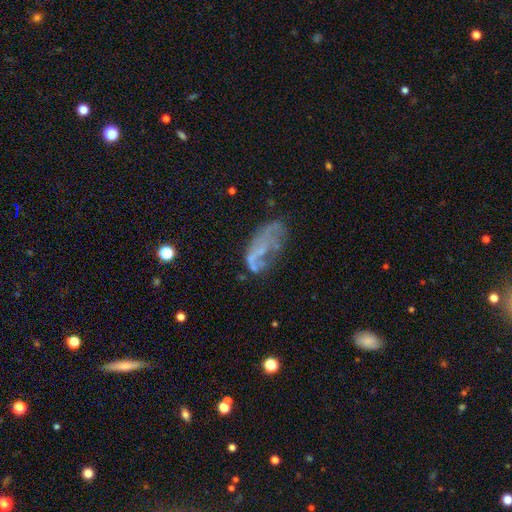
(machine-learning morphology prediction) featured or disk 53%, smooth 33%, star or artifact 14%. Down the decision tree: edge-on disk — no (95%); bar — no (84%); spiral arms — no (79%); bulge size — none (67%); merging — none (36%).